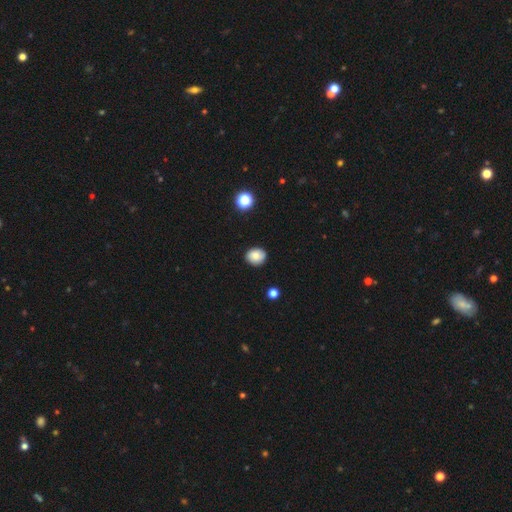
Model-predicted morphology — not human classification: This is clearly a smooth galaxy (81%). How rounded: likely round (72%). Merging: clearly none (85%).